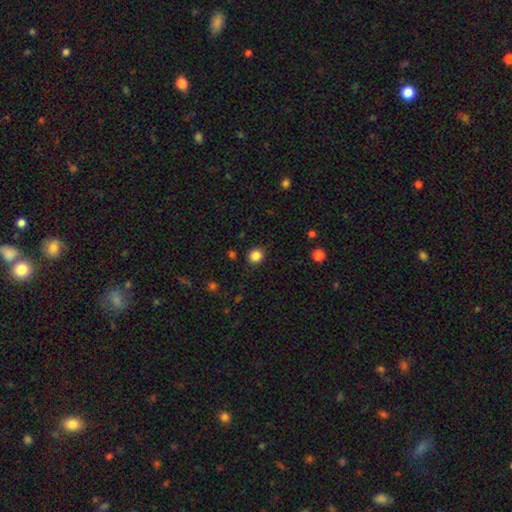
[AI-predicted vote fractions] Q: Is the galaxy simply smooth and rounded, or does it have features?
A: smooth — 85%.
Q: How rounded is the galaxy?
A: round — 85%.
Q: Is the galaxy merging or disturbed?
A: none — 89%.